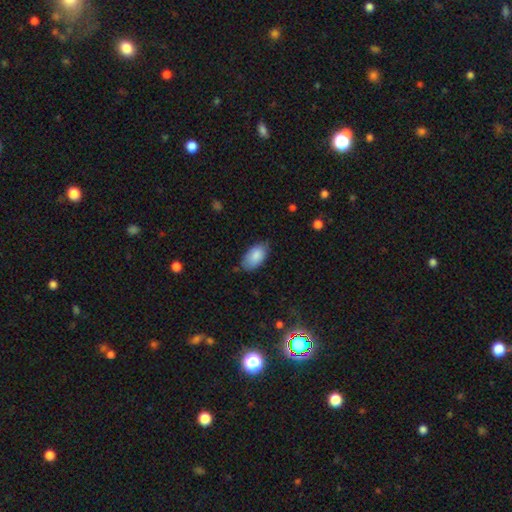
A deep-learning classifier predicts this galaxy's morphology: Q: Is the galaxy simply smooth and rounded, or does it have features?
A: smooth — 87%.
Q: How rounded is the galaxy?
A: in between — 95%.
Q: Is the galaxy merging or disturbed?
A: none — 74%.